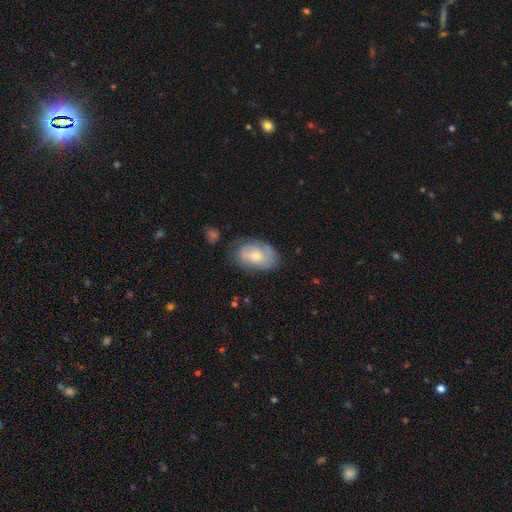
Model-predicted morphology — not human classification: A smooth galaxy with no disk features (60%) that is in between round and cigar-shaped (88%).

Vote fractions:
- Smooth or featured? smooth: 60% / featured or disk: 34% / star or artifact: 7%
- How rounded? in between: 88% / round: 10% / cigar-shaped: 1%
- Merging? none: 64% / minor disturbance: 25% / major disturbance: 8% / merger: 3%